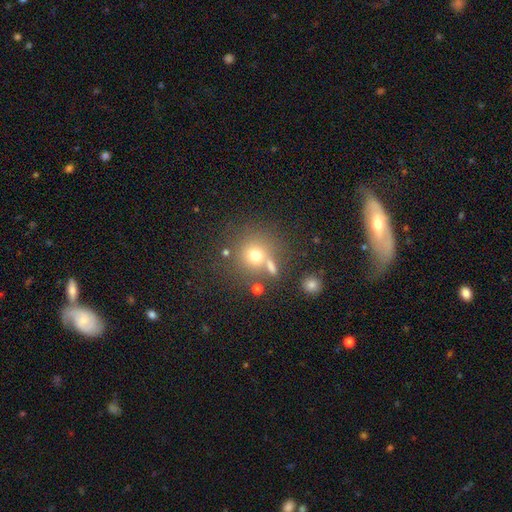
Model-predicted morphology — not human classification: Smooth or featured? Predicted: smooth (p=0.70). How rounded? Predicted: round (p=0.89). Merging? Predicted: none (p=0.66).